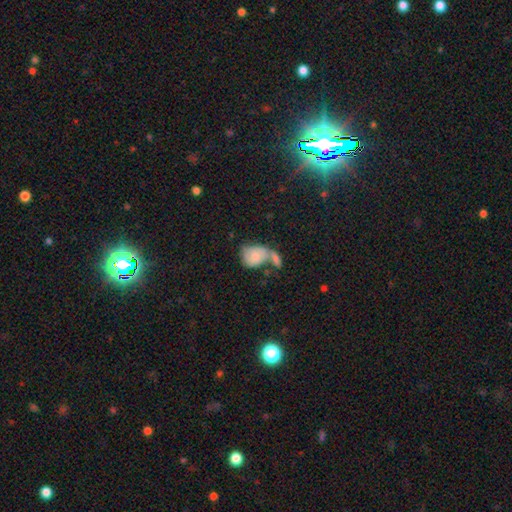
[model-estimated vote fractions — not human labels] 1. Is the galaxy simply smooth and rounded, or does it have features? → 64% smooth, 28% featured or disk, 8% star or artifact.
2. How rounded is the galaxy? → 69% in between, 30% round, 2% cigar-shaped.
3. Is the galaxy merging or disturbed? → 48% merger, 22% none, 16% minor disturbance, 14% major disturbance.